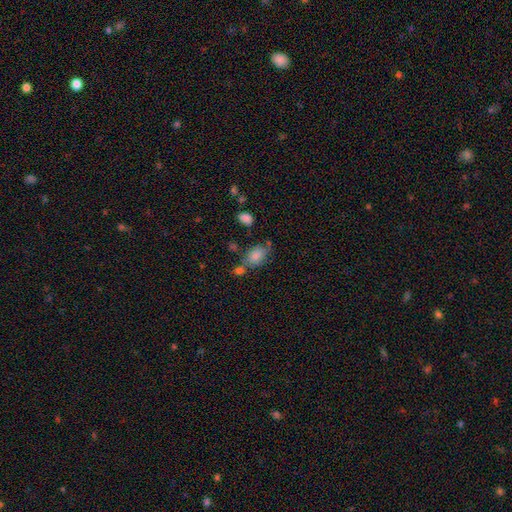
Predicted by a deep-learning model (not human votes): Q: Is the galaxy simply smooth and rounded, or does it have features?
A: smooth — 80%.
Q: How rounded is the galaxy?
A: in between — 84%.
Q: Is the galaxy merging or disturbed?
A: none — 50%.